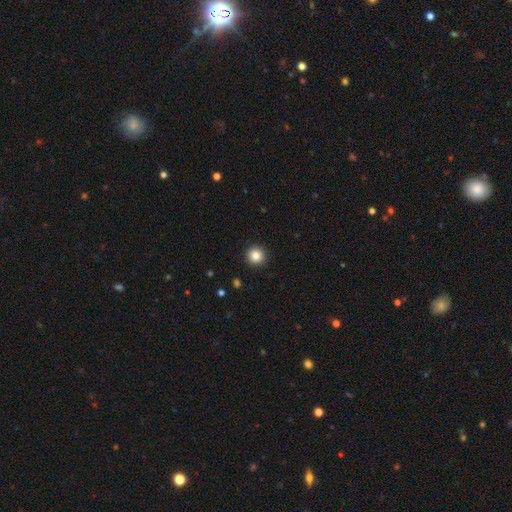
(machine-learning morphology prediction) Smooth or featured? Predicted: smooth (p=0.84). How rounded? Predicted: round (p=0.96). Merging? Predicted: none (p=0.93).